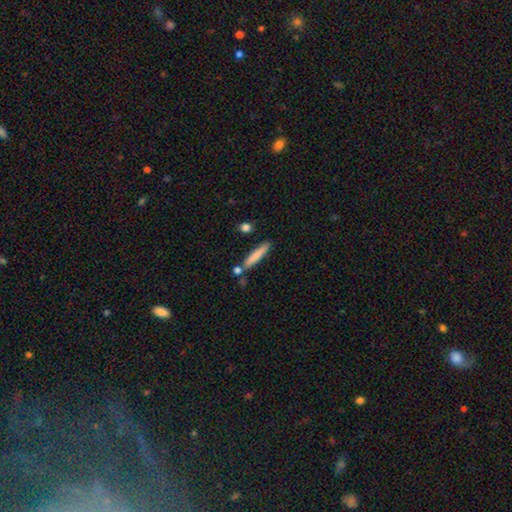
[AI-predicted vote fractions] smooth-or-featured: smooth: 77% | featured or disk: 17% | star or artifact: 6%
  how-rounded: cigar-shaped: 91% | in between: 8% | round: 2%
  merging: none: 77% | minor disturbance: 11% | merger: 9% | major disturbance: 3%